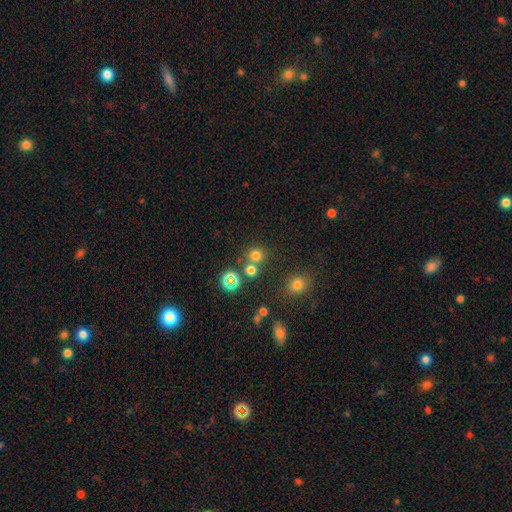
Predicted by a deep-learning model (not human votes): Smooth or featured: smooth — 71% (star or artifact — 22%)
How rounded: round — 88% (in between — 11%)
Merging: none — 66% (merger — 23%)